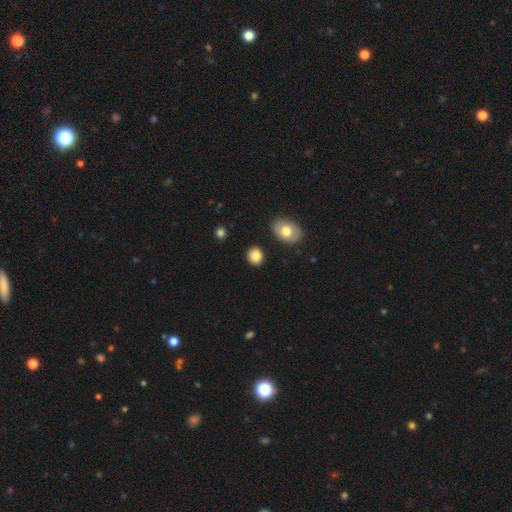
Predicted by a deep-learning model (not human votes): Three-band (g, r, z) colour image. It shows a smooth galaxy with no disk features (85%) that is round (72%). Merging: none (86%).